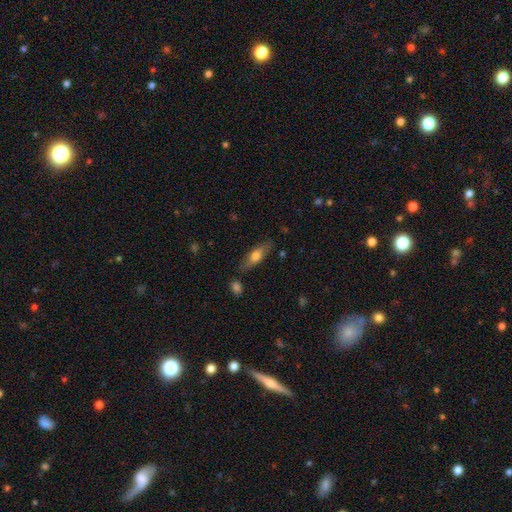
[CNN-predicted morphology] This is likely a smooth galaxy (61%). How rounded: possibly in between (52%). Merging: likely none (79%).